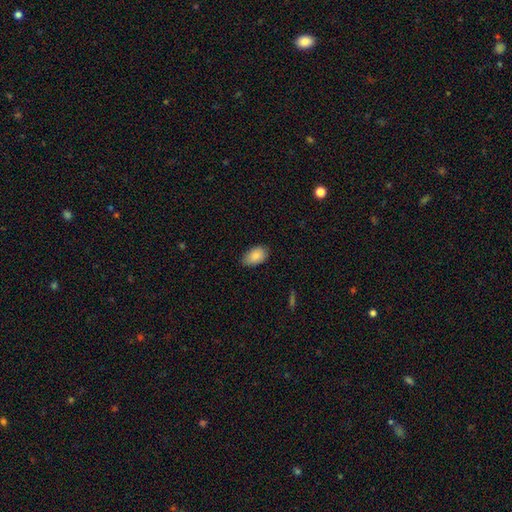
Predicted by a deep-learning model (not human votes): smooth-or-featured: smooth: 88% | star or artifact: 7% | featured or disk: 5%
  how-rounded: in between: 92% | round: 7% | cigar-shaped: 1%
  merging: none: 78% | minor disturbance: 18% | major disturbance: 3% | merger: 1%